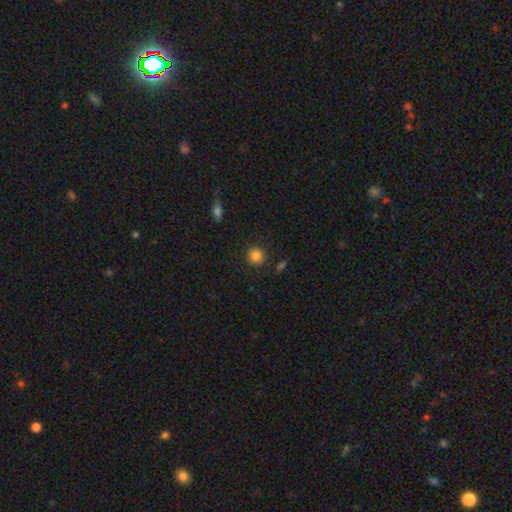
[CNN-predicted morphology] The model was most divided on "smooth or featured": smooth: 85%, star or artifact: 10%, featured or disk: 5%. More confident: how rounded — round (90%); merging — none (88%).